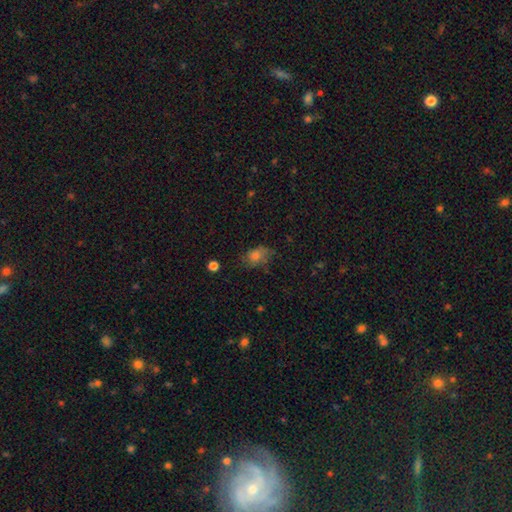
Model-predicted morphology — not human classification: type=smooth (70%); roundness=in between (74%); merging=none (62%).